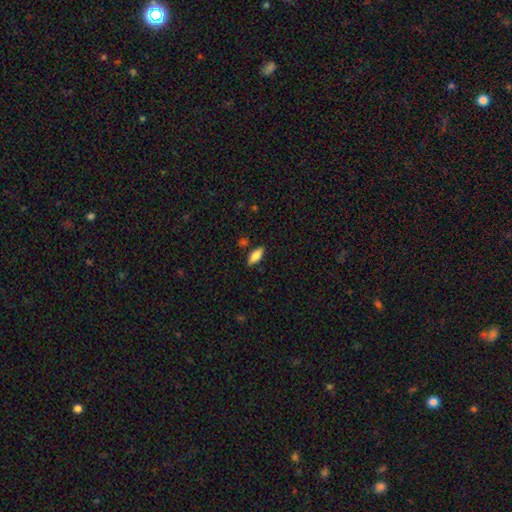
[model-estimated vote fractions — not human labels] Overall: smooth (79%). How rounded: in between (80%). Merging: none (83%).